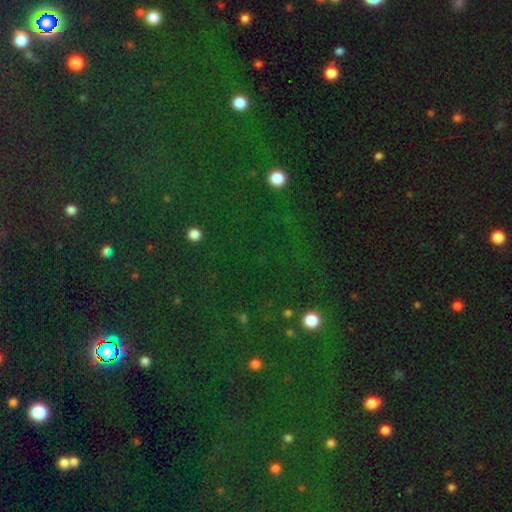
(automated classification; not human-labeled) This is likely a star or artifact rather than a galaxy (78%).